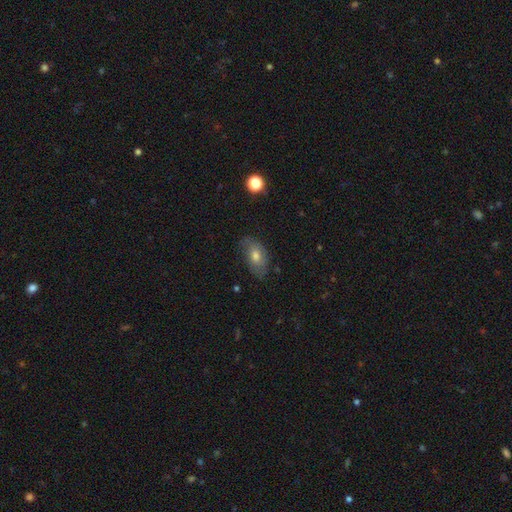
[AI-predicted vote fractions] This is possibly a smooth galaxy (59%). How rounded: clearly in between (88%). Merging: likely none (67%).